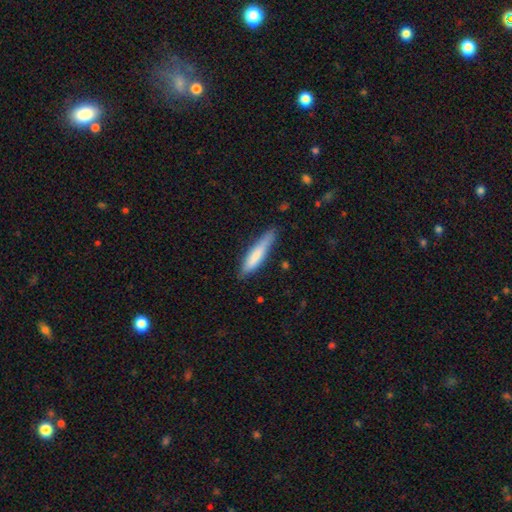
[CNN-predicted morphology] smooth_or_featured: smooth (p=0.71) [alt: featured or disk p=0.23]
how_rounded: cigar-shaped (p=0.86) [alt: in between p=0.13]
merging: none (p=0.75) [alt: minor disturbance p=0.20]